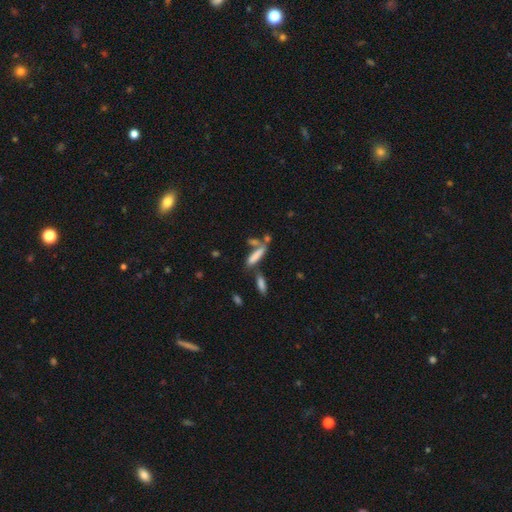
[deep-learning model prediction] Morphology: type=smooth (74%); roundness=cigar-shaped (72%); merging=none (51%).